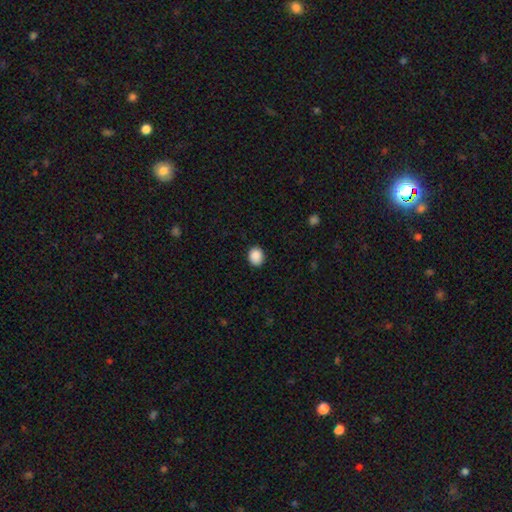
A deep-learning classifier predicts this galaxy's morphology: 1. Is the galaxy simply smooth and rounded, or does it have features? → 89% smooth, 8% star or artifact, 3% featured or disk.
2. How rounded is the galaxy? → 65% round, 34% in between, 1% cigar-shaped.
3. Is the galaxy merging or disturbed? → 89% none, 8% minor disturbance, 2% major disturbance, 1% merger.